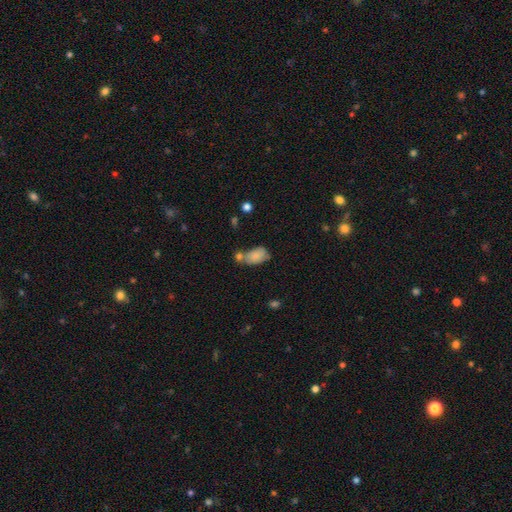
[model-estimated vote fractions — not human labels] Smooth or featured: smooth — 82% (featured or disk — 10%)
How rounded: in between — 91% (round — 7%)
Merging: none — 40% (merger — 33%)